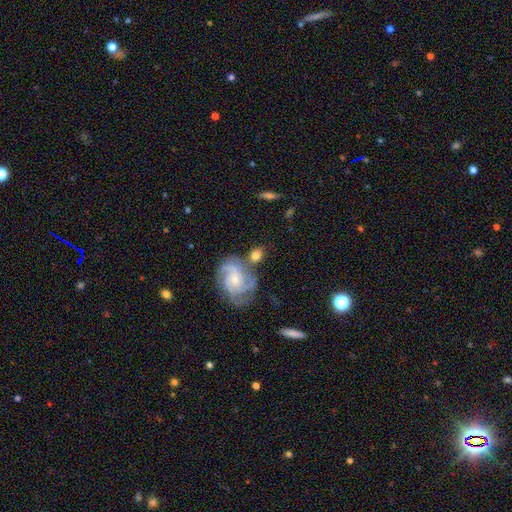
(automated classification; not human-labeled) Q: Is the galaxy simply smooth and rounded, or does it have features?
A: featured or disk — 55%.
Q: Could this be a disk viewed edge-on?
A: no — 96%.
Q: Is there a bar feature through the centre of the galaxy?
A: no — 57%.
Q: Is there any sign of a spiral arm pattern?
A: yes — 93%.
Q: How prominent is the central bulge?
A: small — 61%.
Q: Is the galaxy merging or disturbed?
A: none — 62%.